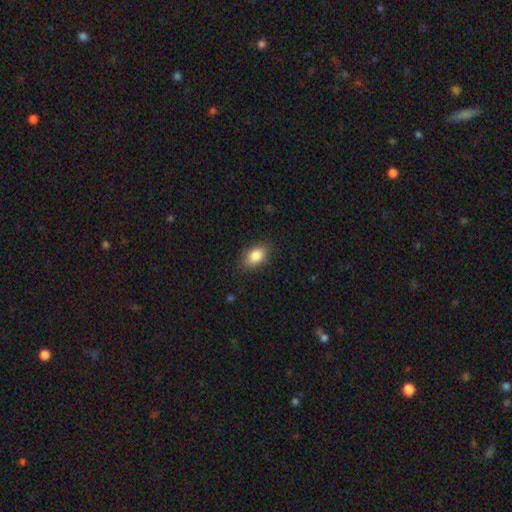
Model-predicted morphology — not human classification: type=smooth (86%); roundness=in between (86%); merging=none (84%).